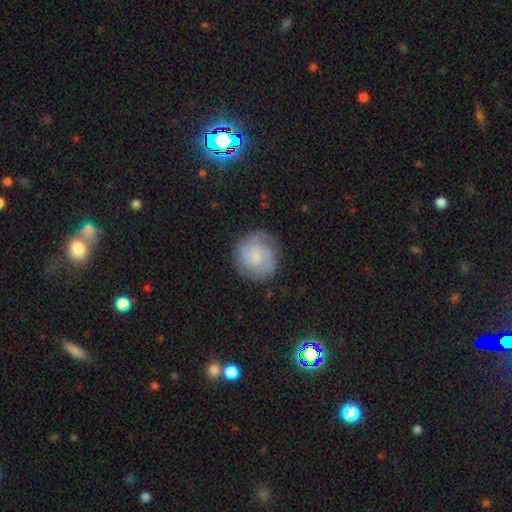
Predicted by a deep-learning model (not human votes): Q: Smooth or featured?
A: featured or disk (56%); runner-up: smooth (36%)
Q: Edge-on disk?
A: no (98%); runner-up: yes (2%)
Q: Bar?
A: no (53%); runner-up: weak (41%)
Q: Spiral arms?
A: yes (90%); runner-up: no (10%)
Q: Bulge size?
A: small (44%); runner-up: none (26%)
Q: Merging?
A: none (78%); runner-up: minor disturbance (15%)